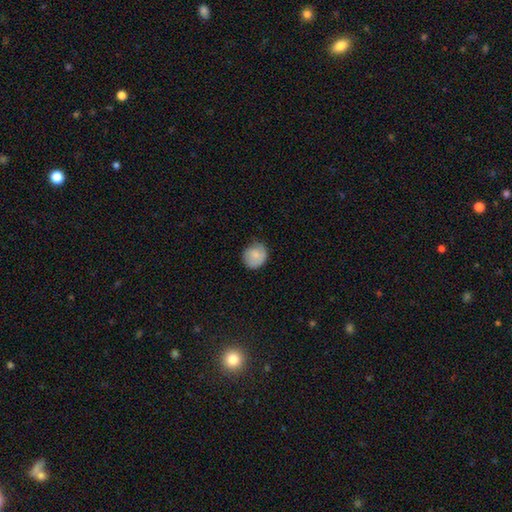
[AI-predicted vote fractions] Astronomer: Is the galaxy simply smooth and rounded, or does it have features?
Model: smooth — 78%.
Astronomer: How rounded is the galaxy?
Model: round — 83%.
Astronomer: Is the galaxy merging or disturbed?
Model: none — 64%.